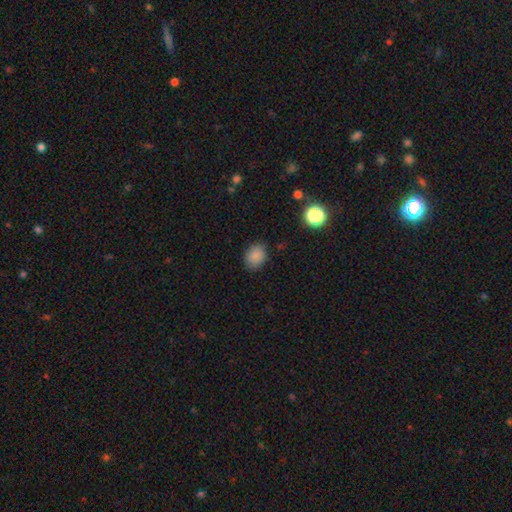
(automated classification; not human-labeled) Morphology: type=smooth (85%); roundness=round (50%); merging=none (83%).